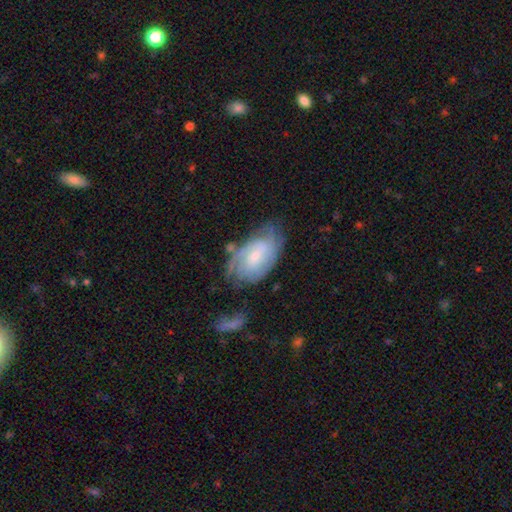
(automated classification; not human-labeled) Overall: featured or disk (74%). Edge-on disk: no (95%). Bar: no (46%; weak 44%). Spiral arms: yes (91%). Spiral arm count: can't tell (43%; 2 22%). Spiral winding: tight (59%; medium 32%). Bulge size: small (60%; moderate 34%). Merging: none (60%; minor disturbance 24%).